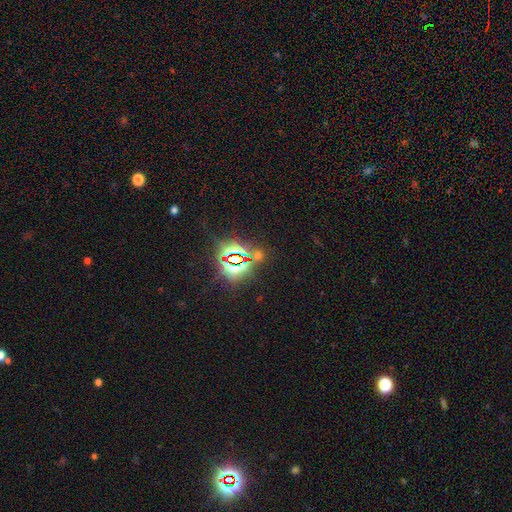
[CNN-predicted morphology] type=star or artifact (82%).